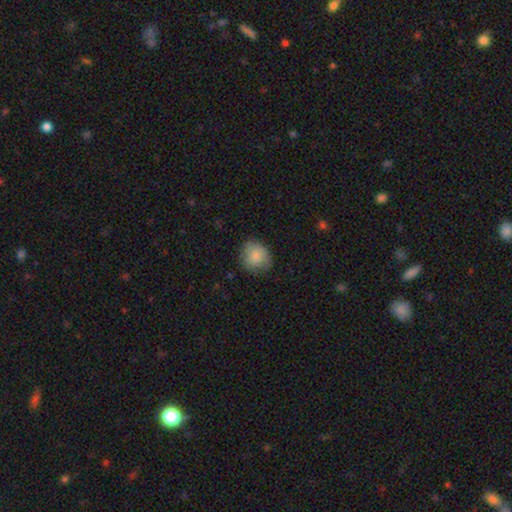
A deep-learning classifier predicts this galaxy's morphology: smooth 80%, featured or disk 12%, star or artifact 8%. Down the decision tree: how rounded — round (76%); merging — none (72%).